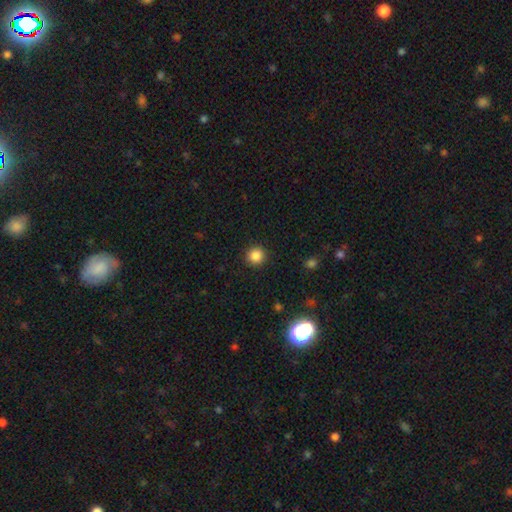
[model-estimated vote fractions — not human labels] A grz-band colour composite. It shows a smooth galaxy with no disk features (85%) that is round (93%). Merging: none (91%).